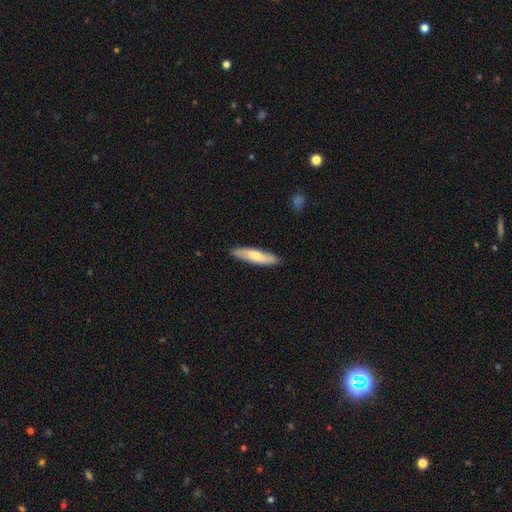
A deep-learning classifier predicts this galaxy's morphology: Smooth or featured?
  - smooth: 66% *
  - featured or disk: 29%
  - star or artifact: 5%
How rounded?
  - cigar-shaped: 78% *
  - in between: 21%
  - round: 2%
Merging?
  - none: 87% *
  - minor disturbance: 10%
  - major disturbance: 2%
  - merger: 1%